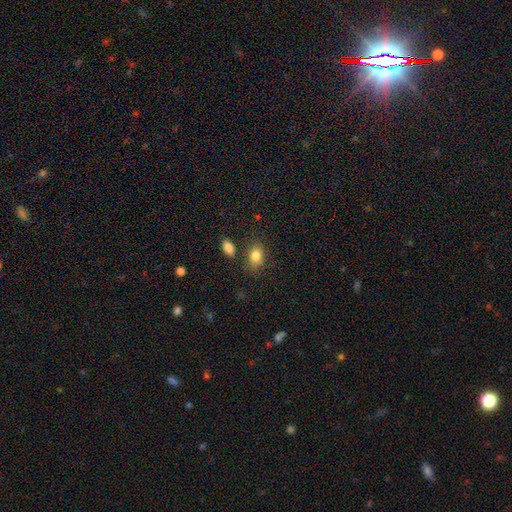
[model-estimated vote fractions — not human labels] Smooth or featured?
  - smooth: 83% *
  - star or artifact: 9%
  - featured or disk: 8%
How rounded?
  - in between: 77% *
  - round: 21%
  - cigar-shaped: 2%
Merging?
  - none: 73% *
  - minor disturbance: 16%
  - merger: 7%
  - major disturbance: 4%